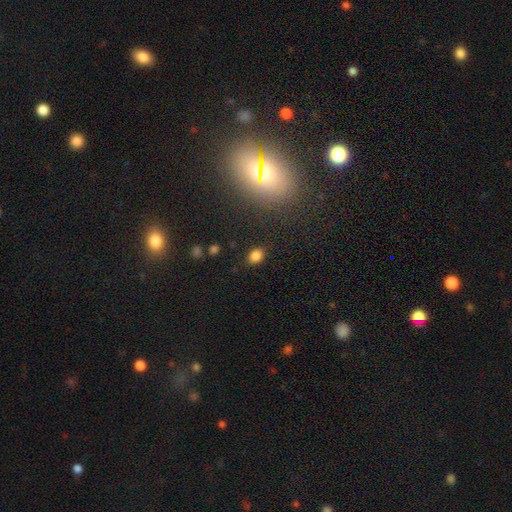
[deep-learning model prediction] This appears to be a smooth galaxy with no disk features (82%) that is in between round and cigar-shaped (68%). Merging: none (84%).